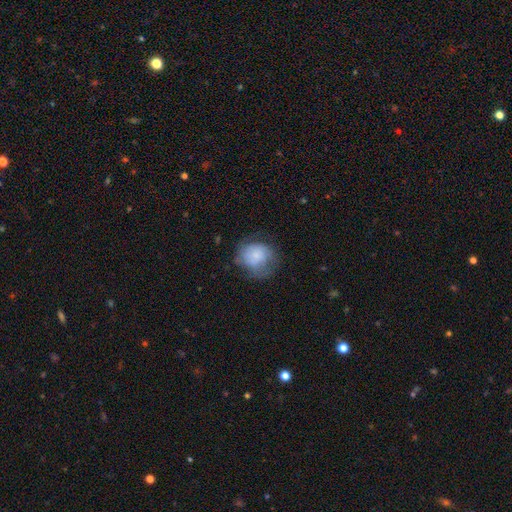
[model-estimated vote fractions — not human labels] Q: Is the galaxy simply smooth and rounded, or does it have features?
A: smooth — 66%.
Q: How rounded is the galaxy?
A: round — 72%.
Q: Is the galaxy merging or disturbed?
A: none — 48%.